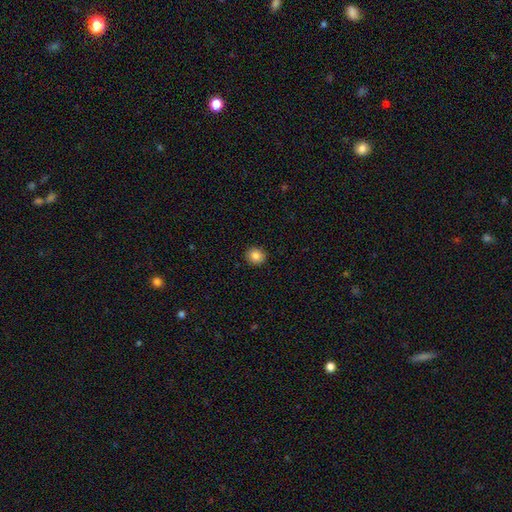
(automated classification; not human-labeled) Smooth or featured? smooth (85%)
How rounded? round (83%)
Merging? none (91%)